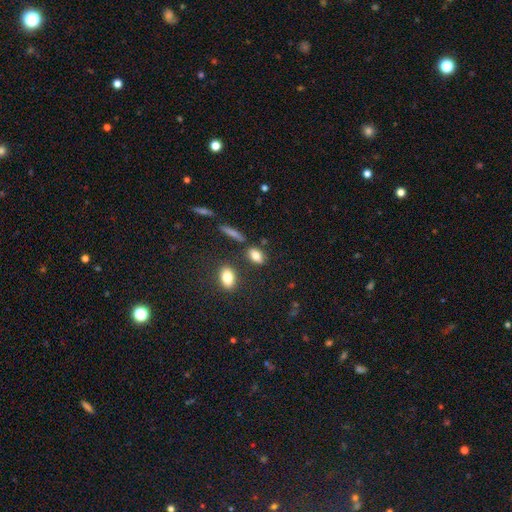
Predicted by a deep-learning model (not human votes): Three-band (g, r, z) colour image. It shows a smooth galaxy with no disk features (78%) that is in between round and cigar-shaped (83%). Merging: none (76%).